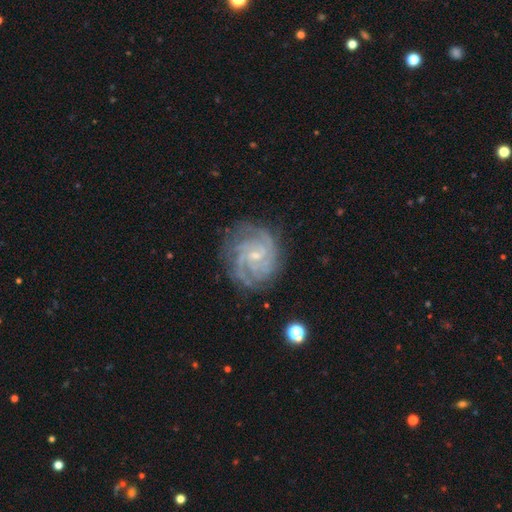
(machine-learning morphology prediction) Q: Smooth or featured?
A: featured or disk (88%); runner-up: star or artifact (6%)
Q: Edge-on disk?
A: no (98%); runner-up: yes (2%)
Q: Bar?
A: no (52%); runner-up: weak (40%)
Q: Spiral arms?
A: yes (98%); runner-up: no (2%)
Q: Spiral winding?
A: tight (68%); runner-up: medium (28%)
Q: Spiral arm count?
A: 4 (26%); runner-up: 3 (23%)
Q: Bulge size?
A: small (78%); runner-up: moderate (16%)
Q: Merging?
A: none (78%); runner-up: minor disturbance (15%)